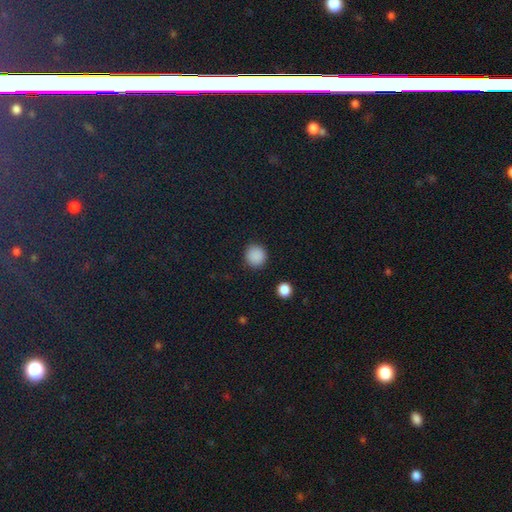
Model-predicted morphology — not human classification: smooth 88%, star or artifact 10%, featured or disk 3%. Down the decision tree: how rounded — round (93%); merging — none (90%).